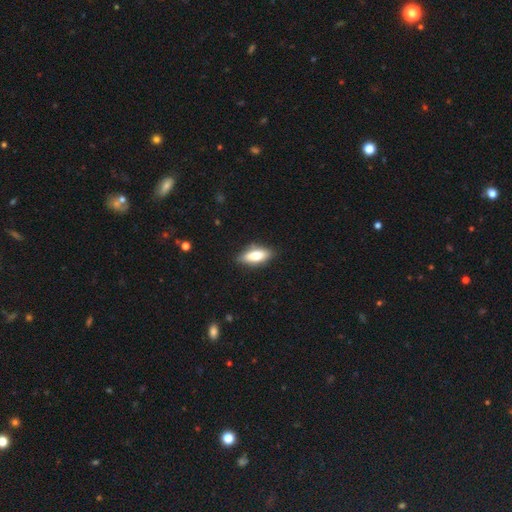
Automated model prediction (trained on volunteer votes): The model was most divided on "smooth or featured": smooth: 75%, featured or disk: 19%, star or artifact: 6%. More confident: merging — none (83%); how rounded — in between (77%).